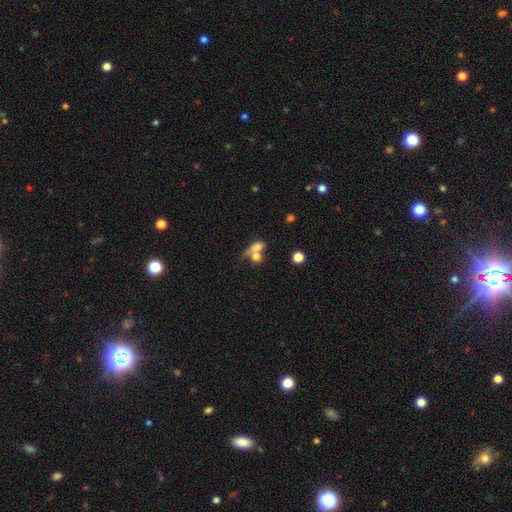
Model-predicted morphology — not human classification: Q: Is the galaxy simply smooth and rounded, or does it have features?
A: smooth — 70%.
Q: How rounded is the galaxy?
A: in between — 56%.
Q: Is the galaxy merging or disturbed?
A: merger — 60%.